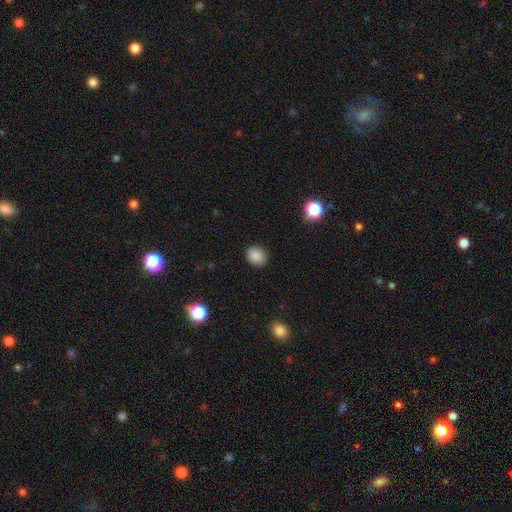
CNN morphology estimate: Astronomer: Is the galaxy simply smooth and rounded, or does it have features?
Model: smooth — 86%.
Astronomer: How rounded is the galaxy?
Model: round — 60% (runner-up: in between, 40%).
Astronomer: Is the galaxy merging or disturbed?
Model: none — 89%.